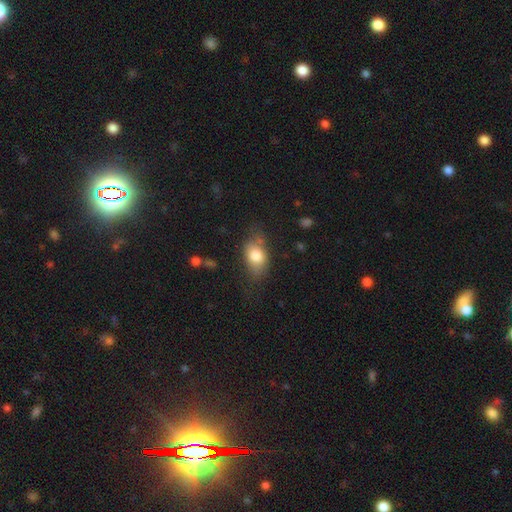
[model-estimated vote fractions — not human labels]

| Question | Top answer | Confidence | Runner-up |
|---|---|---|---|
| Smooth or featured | smooth | 79% | featured or disk (14%) |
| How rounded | in between | 81% | round (17%) |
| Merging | none | 60% | minor disturbance (27%) |